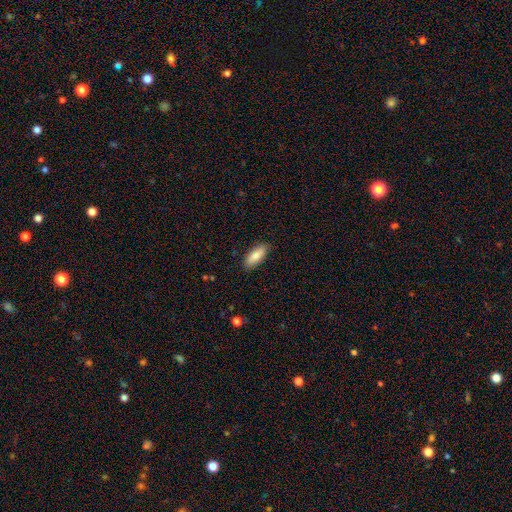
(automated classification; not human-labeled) smooth-or-featured: smooth: 78% | featured or disk: 16% | star or artifact: 6%
  how-rounded: in between: 77% | cigar-shaped: 21% | round: 2%
  merging: none: 88% | minor disturbance: 10% | major disturbance: 2% | merger: 1%